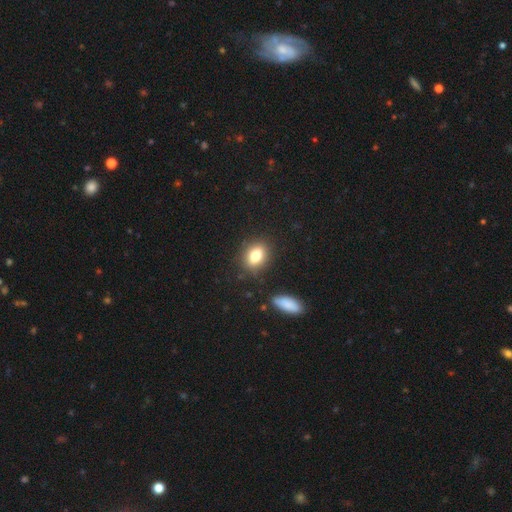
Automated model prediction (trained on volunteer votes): smooth-or-featured: smooth: 80% | featured or disk: 11% | star or artifact: 10%
  how-rounded: in between: 71% | round: 26% | cigar-shaped: 3%
  merging: none: 84% | minor disturbance: 10% | merger: 3% | major disturbance: 3%